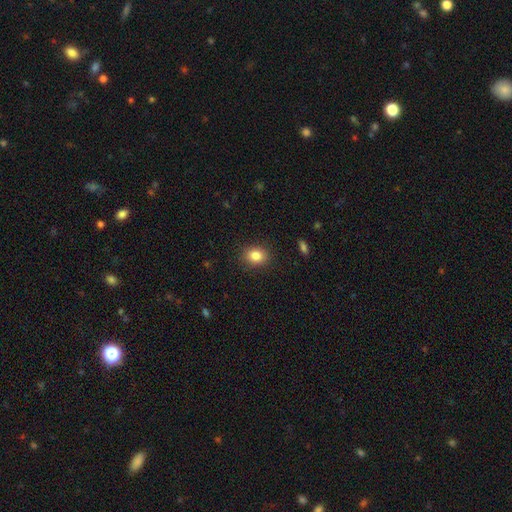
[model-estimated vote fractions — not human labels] smooth_or_featured: smooth (p=0.85) [alt: star or artifact p=0.10]
how_rounded: round (p=0.51) [alt: in between p=0.48]
merging: none (p=0.88) [alt: minor disturbance p=0.08]